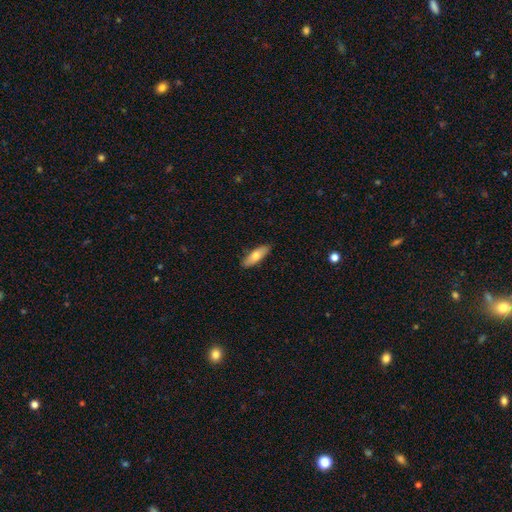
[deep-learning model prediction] A smooth galaxy with no disk features (73%) that is in between round and cigar-shaped (57%).

Vote fractions:
- Smooth or featured? smooth: 73% / featured or disk: 21% / star or artifact: 6%
- How rounded? in between: 57% / cigar-shaped: 41% / round: 2%
- Merging? none: 88% / minor disturbance: 9% / major disturbance: 2% / merger: 1%